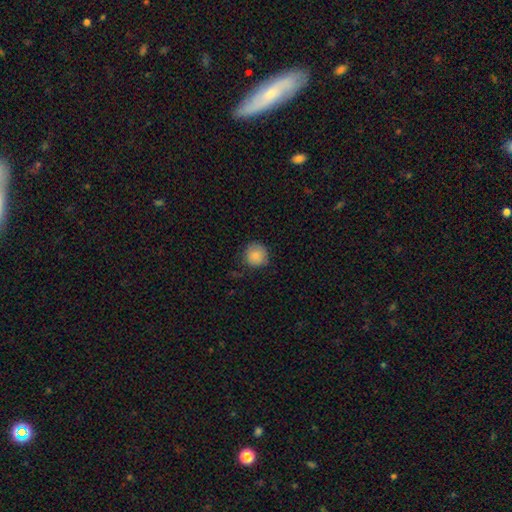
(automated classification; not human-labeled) Smooth or featured? Predicted: smooth (p=0.86). How rounded? Predicted: round (p=0.92). Merging? Predicted: none (p=0.78).